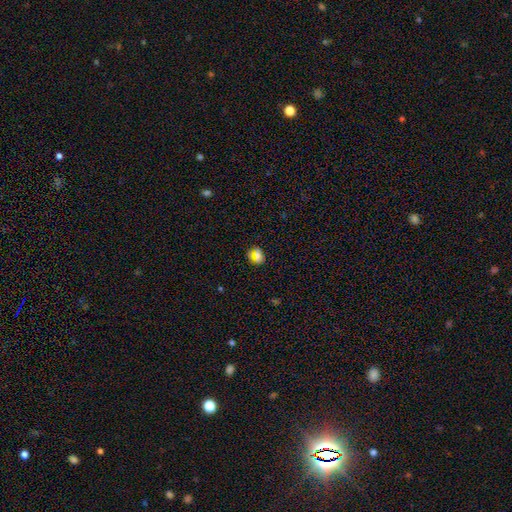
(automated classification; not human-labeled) This appears to be a smooth galaxy with no disk features (62%) that is round (74%). Merging: none (84%).